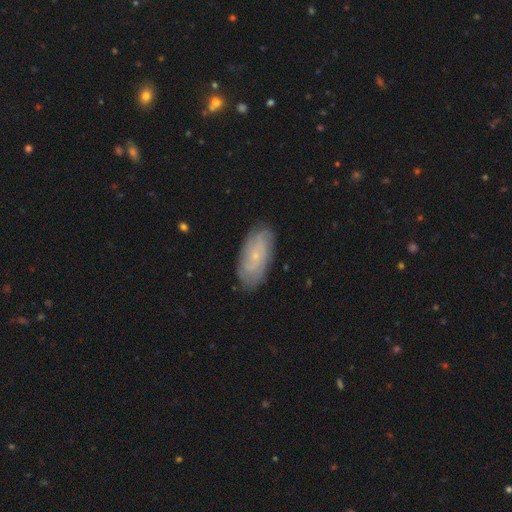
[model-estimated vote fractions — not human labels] Morphology: type=featured or disk (69%); edge-on=no (93%); bar=no (75%); spiral arms=yes (91%); winding=tight (68%); arm count=can't tell (45%); bulge=small (82%); merging=none (82%).